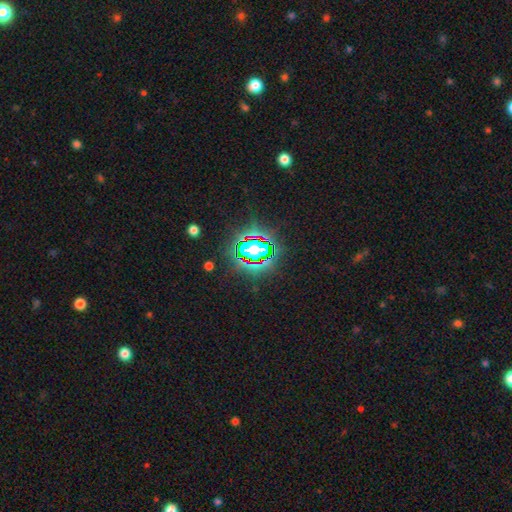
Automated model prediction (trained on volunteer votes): A star or artifact, not a galaxy (82%).

Vote fractions:
- Smooth or featured? star or artifact: 82% / smooth: 11% / featured or disk: 7%